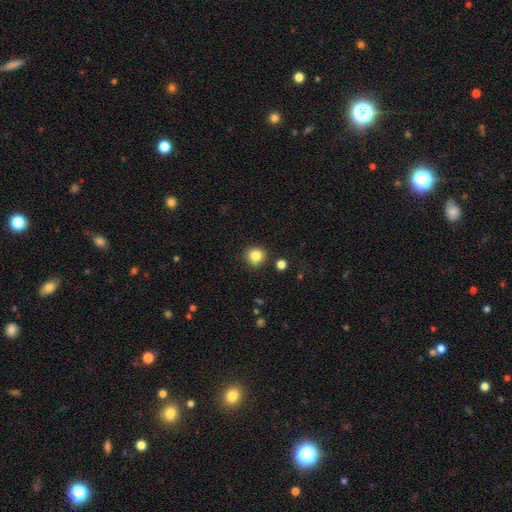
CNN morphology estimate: smooth_or_featured: smooth (p=0.84) [alt: star or artifact p=0.11]
how_rounded: round (p=0.93) [alt: in between p=0.06]
merging: none (p=0.90) [alt: minor disturbance p=0.06]